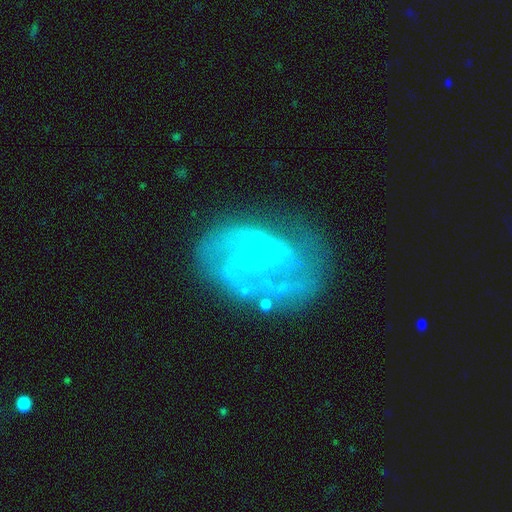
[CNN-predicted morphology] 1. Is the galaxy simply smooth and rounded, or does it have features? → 76% featured or disk, 15% smooth, 9% star or artifact.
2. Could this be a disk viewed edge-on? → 98% no, 2% yes.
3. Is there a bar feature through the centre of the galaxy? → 43% weak, 42% no, 15% strong.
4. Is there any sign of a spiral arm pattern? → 70% yes, 30% no.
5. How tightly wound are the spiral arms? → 41% medium, 31% loose, 28% tight.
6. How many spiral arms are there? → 41% 2, 34% can't tell, 10% 3, 8% 1, 4% 4, 3% more than 4.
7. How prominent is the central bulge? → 47% small, 42% none, 9% moderate, 1% large, 1% dominant.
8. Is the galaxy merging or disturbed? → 50% none, 23% major disturbance, 23% minor disturbance, 4% merger.